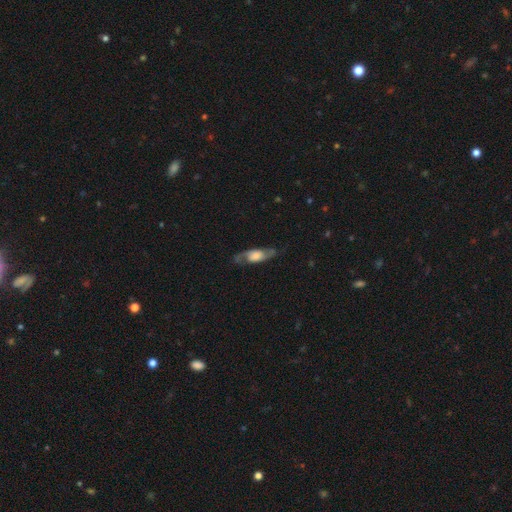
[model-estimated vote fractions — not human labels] The model was most divided on "spiral winding": medium: 44%, loose: 41%, tight: 15%. Remaining: spiral arms — yes (90%); spiral arm count — 2 (88%); edge-on disk — no (80%); merging — none (75%); smooth or featured — featured or disk (71%); bar — no (63%); bulge size — large (44%).